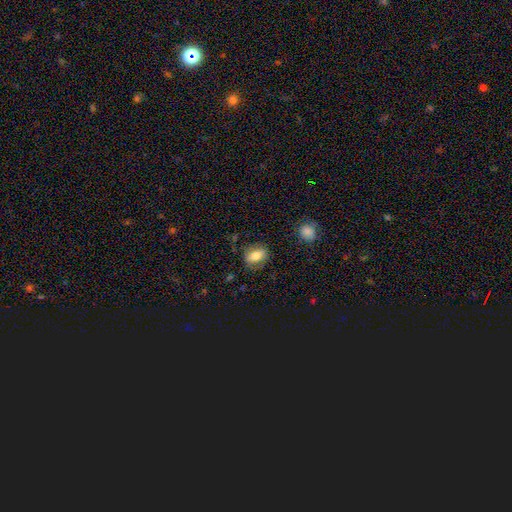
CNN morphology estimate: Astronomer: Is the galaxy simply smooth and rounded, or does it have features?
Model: smooth — 74%.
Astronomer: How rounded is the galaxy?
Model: in between — 74%.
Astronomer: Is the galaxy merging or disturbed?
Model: none — 78%.